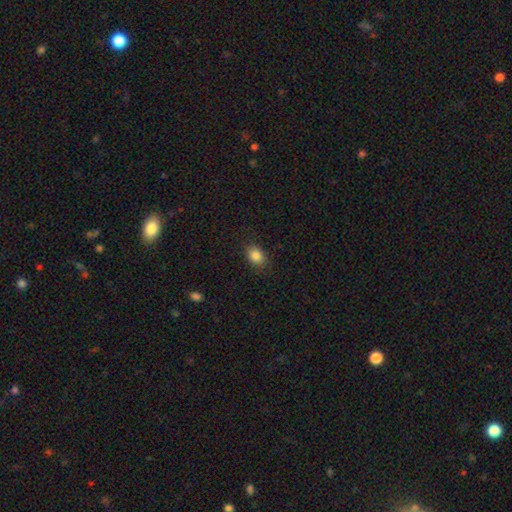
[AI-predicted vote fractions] A smooth galaxy with no disk features (85%) that is in between round and cigar-shaped (69%).

Vote fractions:
- Smooth or featured? smooth: 85% / star or artifact: 9% / featured or disk: 6%
- How rounded? in between: 69% / round: 30% / cigar-shaped: 1%
- Merging? none: 84% / minor disturbance: 12% / major disturbance: 3% / merger: 1%